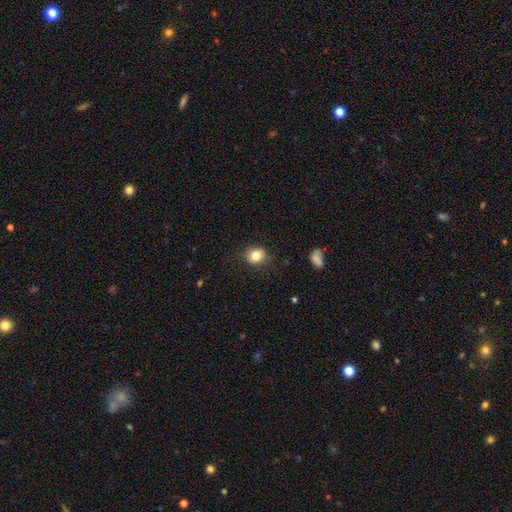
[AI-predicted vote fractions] A smooth galaxy with no disk features (82%) that is round (67%). Merging: none (83%).